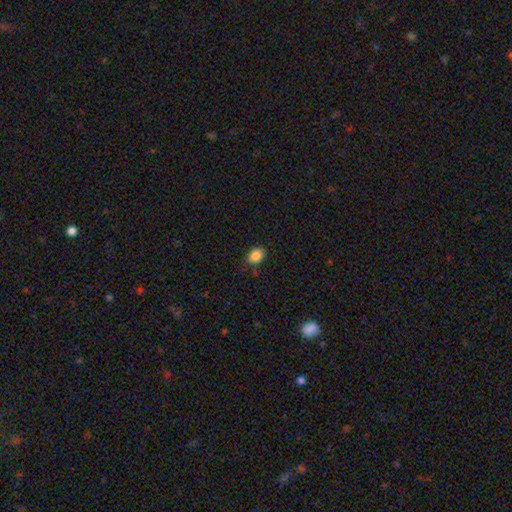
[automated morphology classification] Q: Smooth or featured?
A: smooth (87%); runner-up: star or artifact (9%)
Q: How rounded?
A: in between (64%); runner-up: round (35%)
Q: Merging?
A: none (82%); runner-up: minor disturbance (14%)